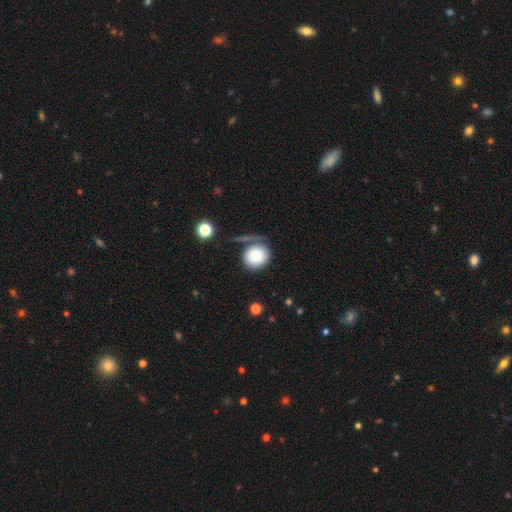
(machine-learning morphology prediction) Q: Smooth or featured?
A: smooth (83%); runner-up: featured or disk (9%)
Q: How rounded?
A: round (85%); runner-up: in between (14%)
Q: Merging?
A: none (59%); runner-up: minor disturbance (20%)